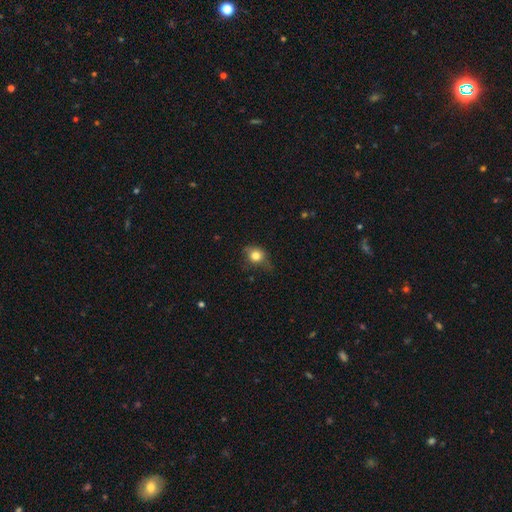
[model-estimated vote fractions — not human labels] Morphology: type=smooth (76%); roundness=round (67%); merging=none (52%).